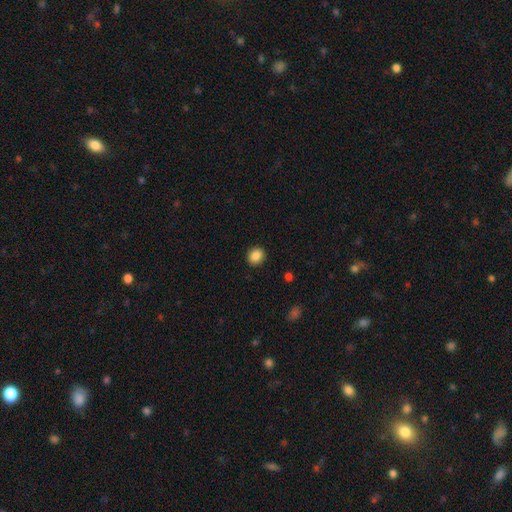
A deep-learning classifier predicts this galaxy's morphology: This is clearly a smooth galaxy (87%). How rounded: likely round (77%). Merging: clearly none (92%).